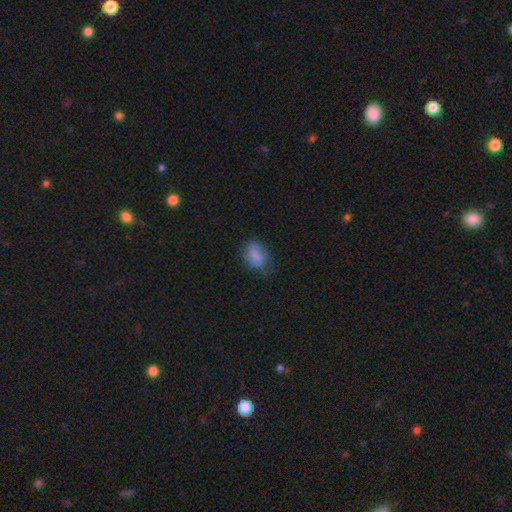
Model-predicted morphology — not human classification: Smooth or featured? Predicted: smooth (p=0.75). How rounded? Predicted: in between (p=0.76). Merging? Predicted: none (p=0.64).